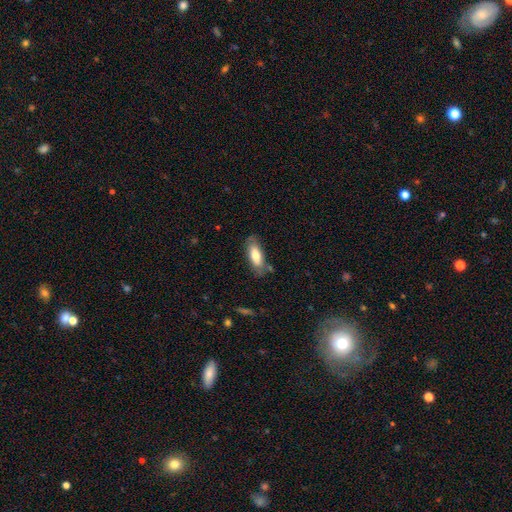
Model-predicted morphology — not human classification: smooth 72%, featured or disk 22%, star or artifact 6%. Down the decision tree: how rounded — in between (72%); merging — none (74%).